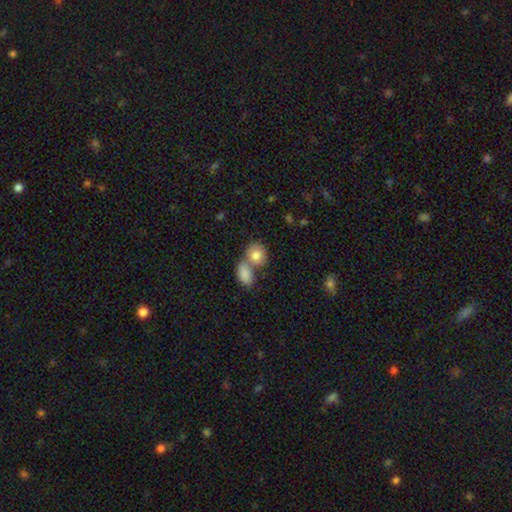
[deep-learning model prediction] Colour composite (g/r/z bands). It shows a smooth galaxy with no disk features (81%) that is round (53%). Merging: merger (55%).